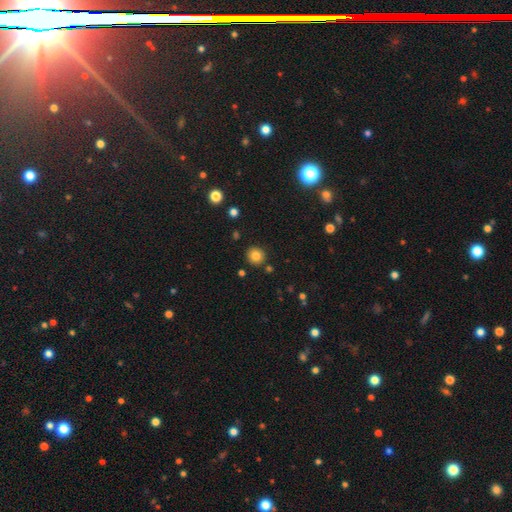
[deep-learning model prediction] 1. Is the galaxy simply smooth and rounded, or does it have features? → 82% smooth, 12% star or artifact, 6% featured or disk.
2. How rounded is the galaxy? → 91% round, 8% in between, 1% cigar-shaped.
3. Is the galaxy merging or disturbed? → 88% none, 7% minor disturbance, 3% merger, 2% major disturbance.